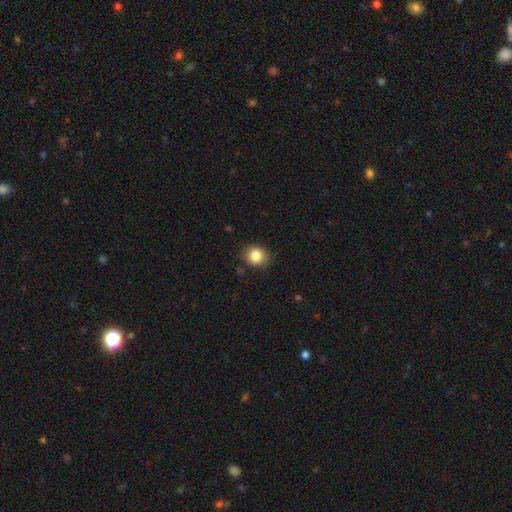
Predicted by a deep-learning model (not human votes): smooth_or_featured: smooth (p=0.85) [alt: star or artifact p=0.09]
how_rounded: round (p=0.77) [alt: in between p=0.22]
merging: none (p=0.86) [alt: minor disturbance p=0.10]